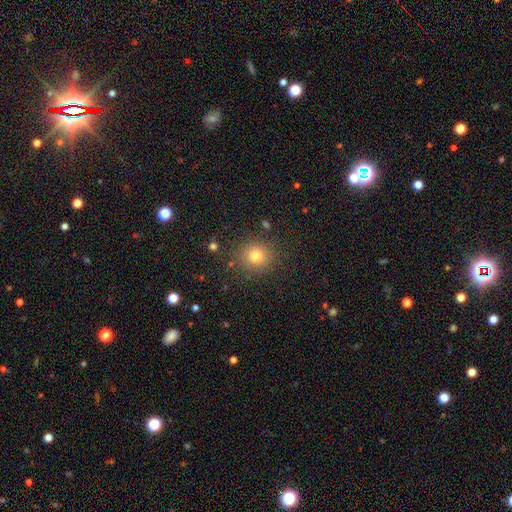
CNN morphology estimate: The model was most divided on "smooth or featured": smooth: 78%, star or artifact: 15%, featured or disk: 7%. More confident: how rounded — round (89%); merging — none (86%).